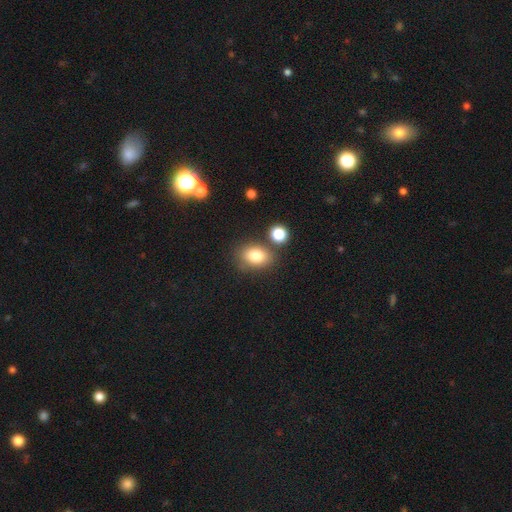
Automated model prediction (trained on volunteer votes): Overall: smooth (81%). How rounded: in between (72%). Merging: none (72%).